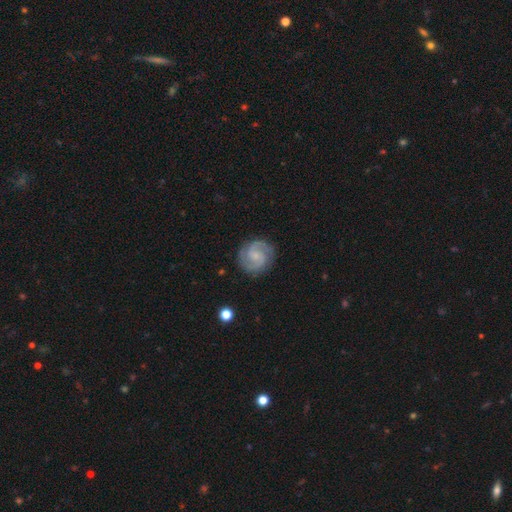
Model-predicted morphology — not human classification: Smooth or featured? Predicted: featured or disk (p=0.86). Edge-on disk? Predicted: no (p=0.98). Bar? Predicted: no (p=0.50). Spiral arms? Predicted: yes (p=0.98). Spiral winding? Predicted: medium (p=0.52). Spiral arm count? Predicted: 2 (p=0.90). Bulge size? Predicted: small (p=0.64). Merging? Predicted: none (p=0.85).